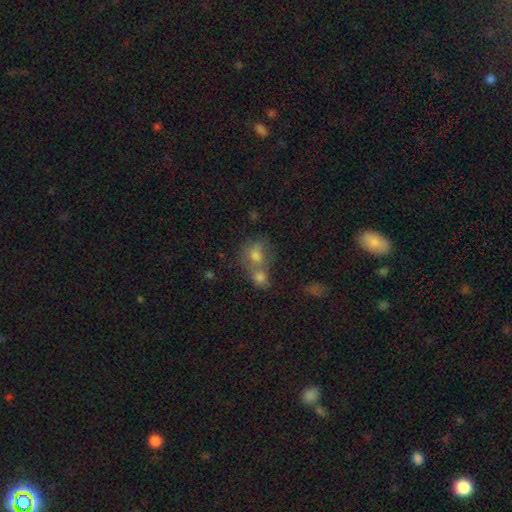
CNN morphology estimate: Smooth or featured? Predicted: smooth (p=0.67). How rounded? Predicted: round (p=0.60). Merging? Predicted: merger (p=0.58).